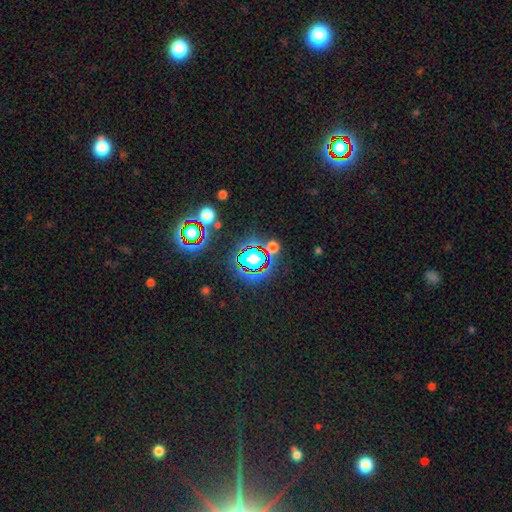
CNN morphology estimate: This is likely a star or artifact rather than a galaxy (79%).